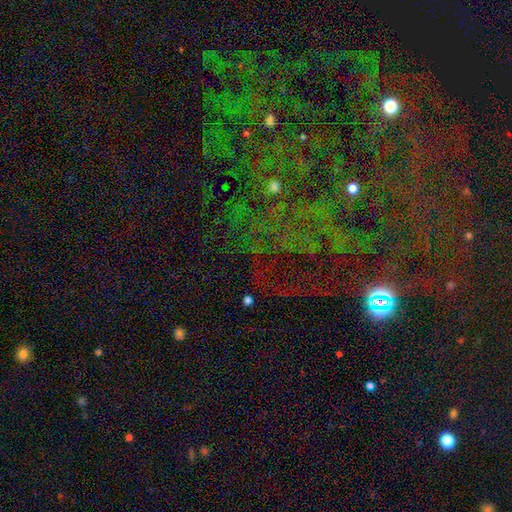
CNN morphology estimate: Q: Smooth or featured?
A: star or artifact (67%); runner-up: featured or disk (17%)